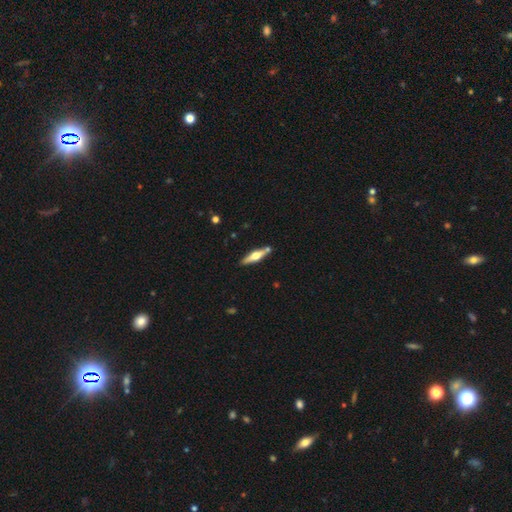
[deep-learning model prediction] Smooth or featured? featured or disk (61%)
Edge-on disk? yes (95%)
Edge-on bulge? rounded (94%)
Merging? none (82%)